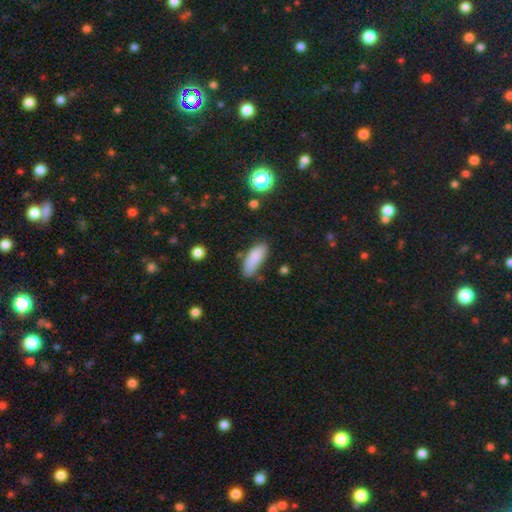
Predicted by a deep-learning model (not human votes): This appears to be a smooth galaxy with no disk features (84%) that is in between round and cigar-shaped (76%). Merging: none (62%).